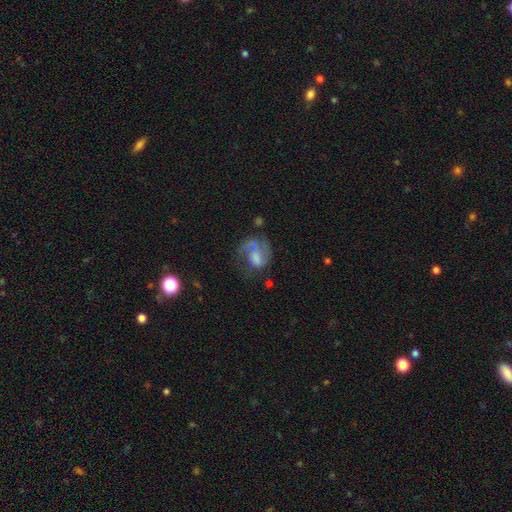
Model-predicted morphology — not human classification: Smooth or featured?
  - featured or disk: 51% *
  - smooth: 39%
  - star or artifact: 10%
Edge-on disk?
  - no: 98% *
  - yes: 2%
Bar?
  - no: 68% *
  - weak: 26%
  - strong: 6%
Spiral arms?
  - yes: 62% *
  - no: 38%
Bulge size?
  - none: 36% *
  - moderate: 25%
  - large: 20%
  - small: 15%
  - dominant: 3%
Merging?
  - major disturbance: 41% *
  - none: 32%
  - minor disturbance: 21%
  - merger: 6%